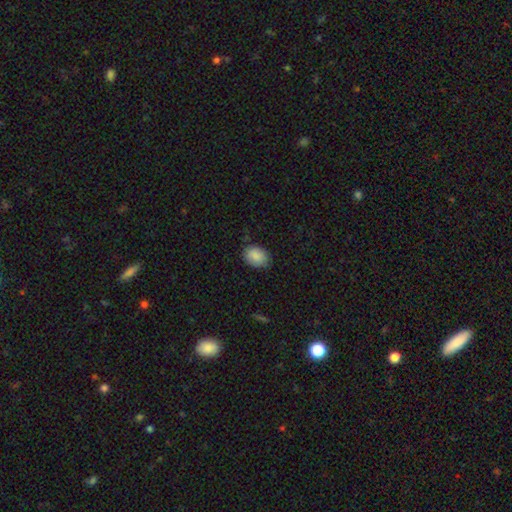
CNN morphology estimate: Smooth or featured: smooth — 89% (star or artifact — 7%)
How rounded: in between — 72% (round — 27%)
Merging: none — 78% (minor disturbance — 18%)